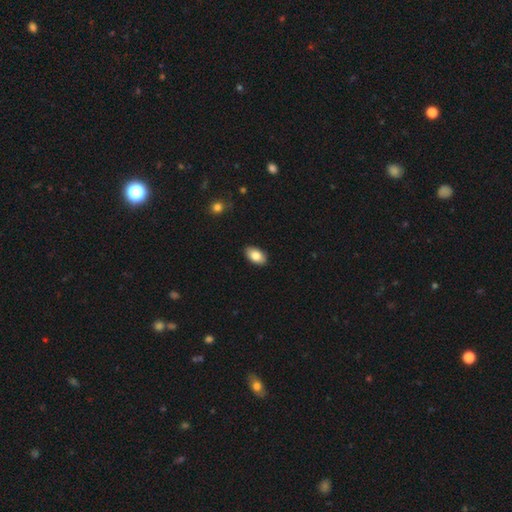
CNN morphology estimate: type=smooth (84%); roundness=in between (93%); merging=none (89%).